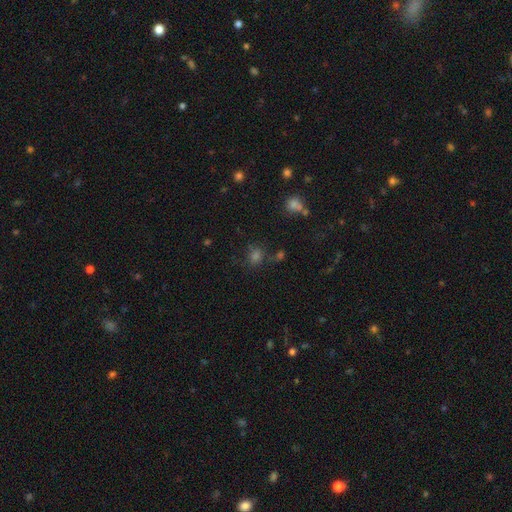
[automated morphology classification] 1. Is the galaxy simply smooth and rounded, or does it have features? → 59% smooth, 32% star or artifact, 8% featured or disk.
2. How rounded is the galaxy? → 69% round, 29% in between, 1% cigar-shaped.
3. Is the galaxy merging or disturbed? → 71% none, 14% minor disturbance, 8% merger, 7% major disturbance.